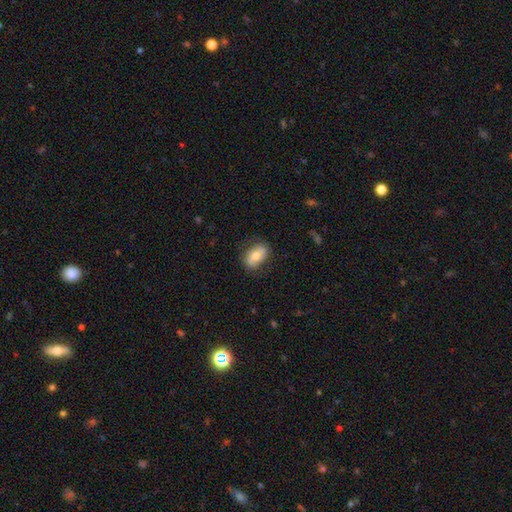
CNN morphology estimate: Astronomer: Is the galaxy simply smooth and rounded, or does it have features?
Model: smooth — 66%.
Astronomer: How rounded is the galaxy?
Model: in between — 87%.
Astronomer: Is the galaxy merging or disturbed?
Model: none — 77%.